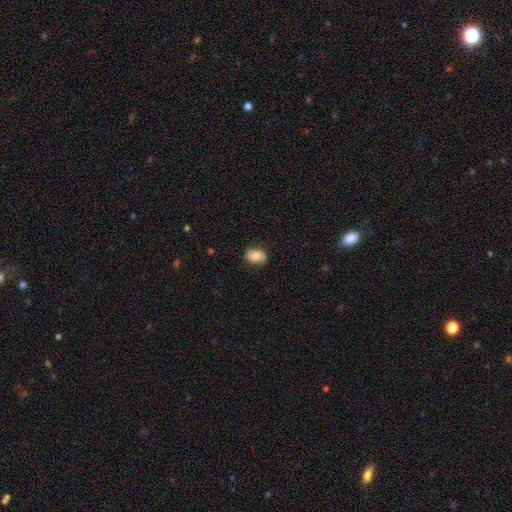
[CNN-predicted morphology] Smooth or featured?
  - smooth: 72% *
  - featured or disk: 21%
  - star or artifact: 8%
How rounded?
  - in between: 77% *
  - round: 22%
  - cigar-shaped: 1%
Merging?
  - none: 78% *
  - minor disturbance: 18%
  - major disturbance: 4%
  - merger: 1%